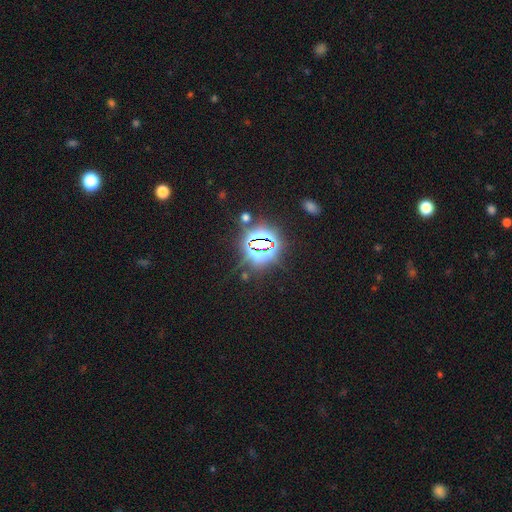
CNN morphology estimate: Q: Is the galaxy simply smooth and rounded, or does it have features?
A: star or artifact — 82%.